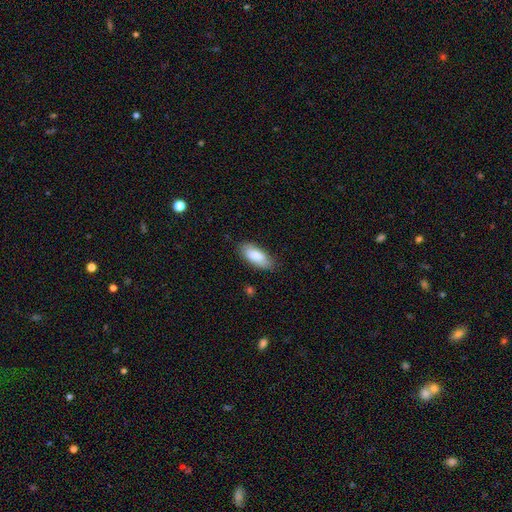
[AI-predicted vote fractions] Smooth or featured?
  - smooth: 82% *
  - featured or disk: 12%
  - star or artifact: 6%
How rounded?
  - in between: 83% *
  - cigar-shaped: 15%
  - round: 2%
Merging?
  - none: 82% *
  - minor disturbance: 14%
  - major disturbance: 3%
  - merger: 1%